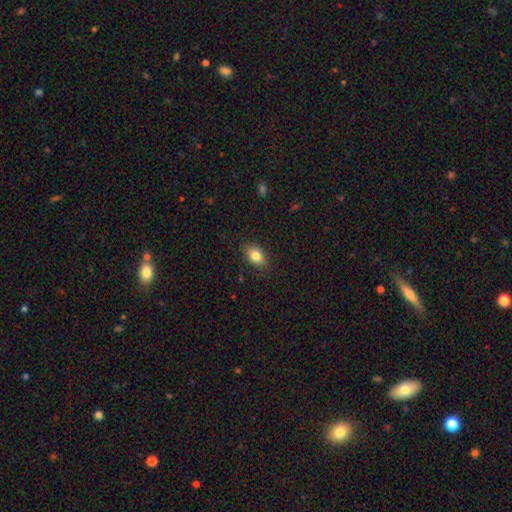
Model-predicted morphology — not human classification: Overall: smooth (84%). How rounded: in between (83%). Merging: none (87%).